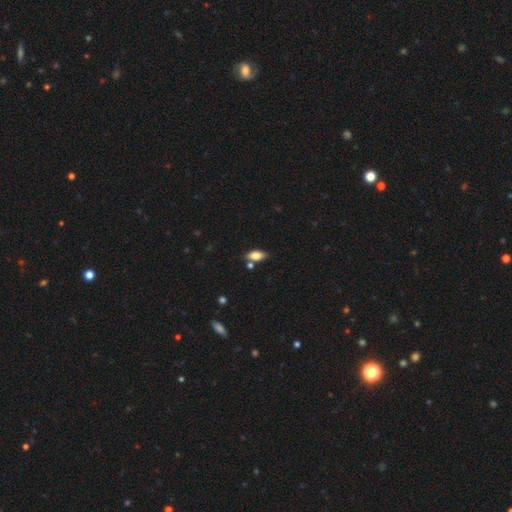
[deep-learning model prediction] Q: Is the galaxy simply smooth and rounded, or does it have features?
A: smooth — 71%.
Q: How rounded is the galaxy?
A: in between — 85%.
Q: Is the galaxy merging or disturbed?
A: none — 75%.